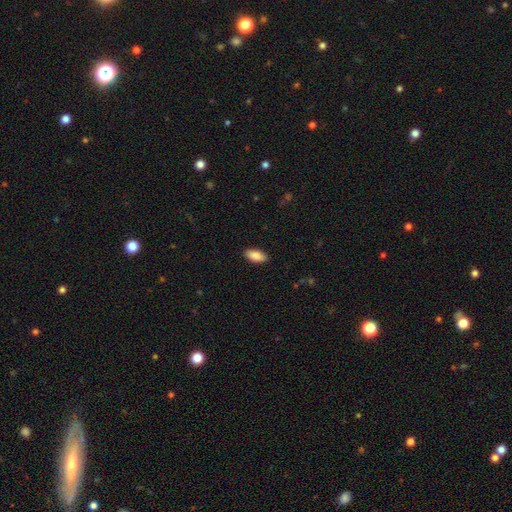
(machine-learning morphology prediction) Smooth or featured?
  - smooth: 89% *
  - star or artifact: 6%
  - featured or disk: 5%
How rounded?
  - in between: 90% *
  - cigar-shaped: 8%
  - round: 2%
Merging?
  - none: 89% *
  - minor disturbance: 8%
  - major disturbance: 2%
  - merger: 1%